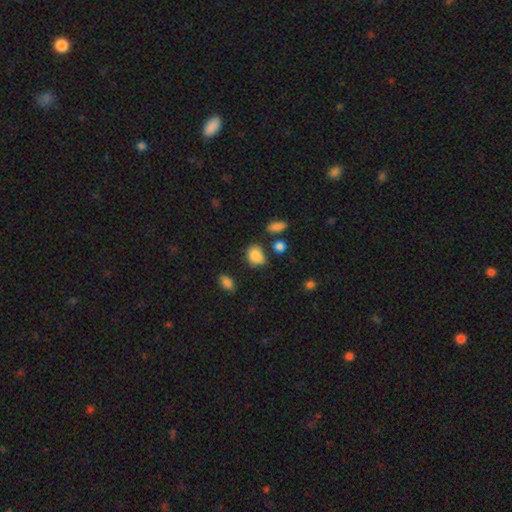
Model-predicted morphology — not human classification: smooth-or-featured: smooth: 84% | star or artifact: 10% | featured or disk: 5%
  how-rounded: in between: 60% | round: 39% | cigar-shaped: 1%
  merging: none: 58% | minor disturbance: 27% | merger: 8% | major disturbance: 7%